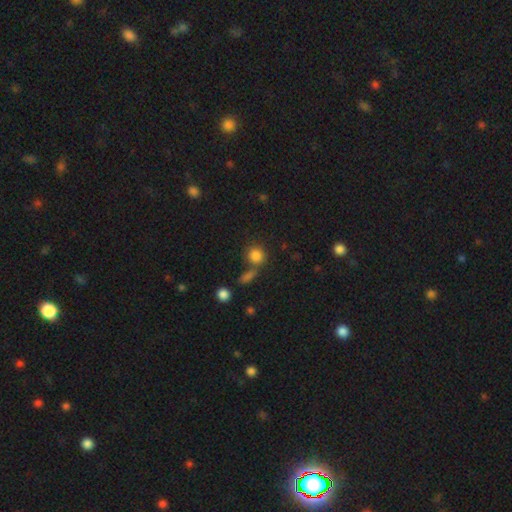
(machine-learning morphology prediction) This appears to be a smooth galaxy with no disk features (82%) that is round (84%). Merging: none (58%).